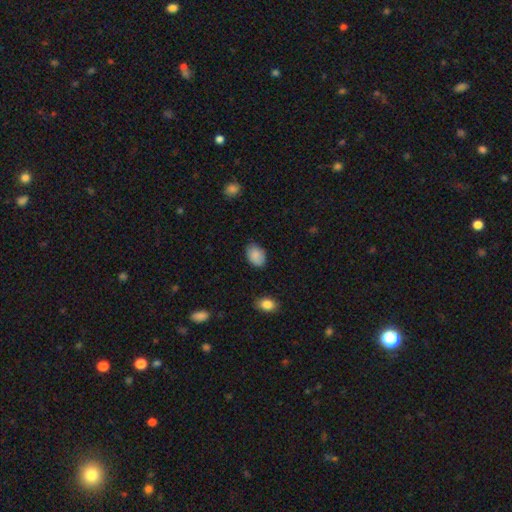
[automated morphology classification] A smooth galaxy with no disk features (88%) that is in between round and cigar-shaped (83%).

Vote fractions:
- Smooth or featured? smooth: 88% / star or artifact: 7% / featured or disk: 4%
- How rounded? in between: 83% / round: 16% / cigar-shaped: 1%
- Merging? none: 81% / minor disturbance: 15% / major disturbance: 3% / merger: 1%